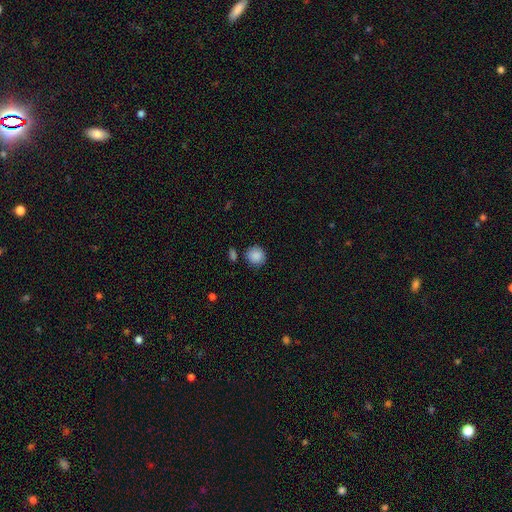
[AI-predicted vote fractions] Smooth or featured: smooth — 88% (star or artifact — 8%)
How rounded: round — 90% (in between — 9%)
Merging: none — 80% (minor disturbance — 12%)